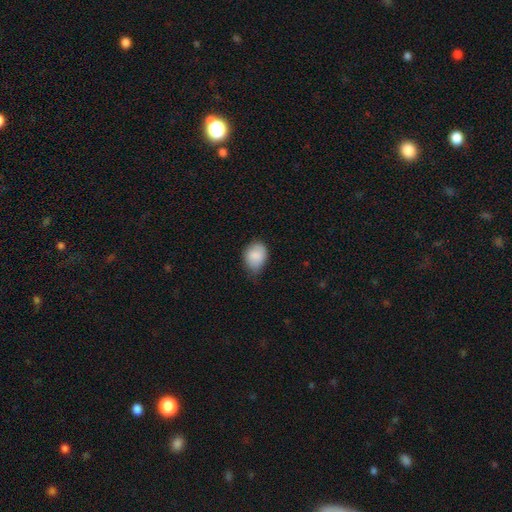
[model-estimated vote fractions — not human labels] Q: Smooth or featured?
A: smooth (85%); runner-up: featured or disk (7%)
Q: How rounded?
A: in between (62%); runner-up: round (37%)
Q: Merging?
A: none (50%); runner-up: minor disturbance (41%)